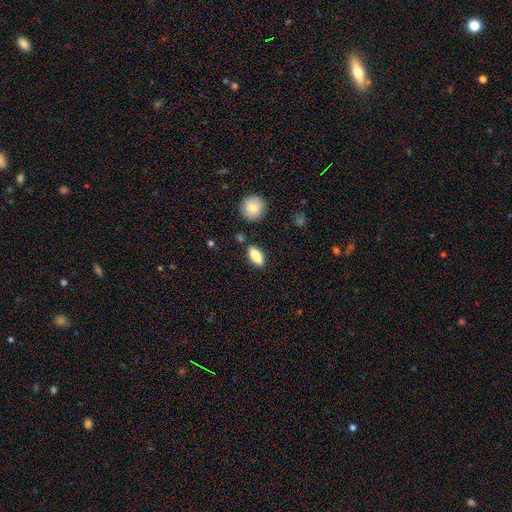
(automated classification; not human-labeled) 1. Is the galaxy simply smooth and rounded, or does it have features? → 80% smooth, 13% featured or disk, 7% star or artifact.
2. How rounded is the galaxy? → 75% in between, 21% cigar-shaped, 4% round.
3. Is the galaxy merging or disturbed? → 85% none, 10% minor disturbance, 3% merger, 2% major disturbance.